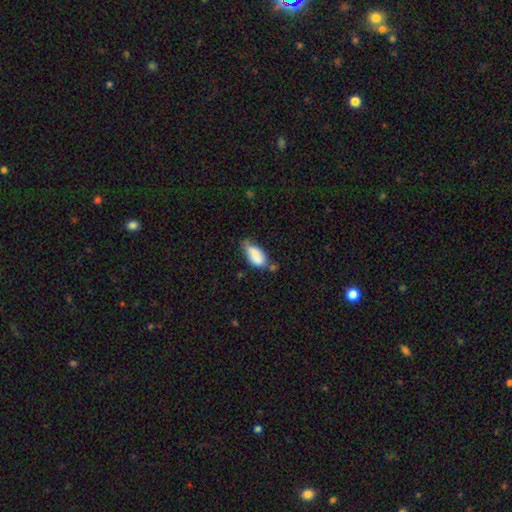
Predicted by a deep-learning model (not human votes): Smooth or featured?
  - smooth: 82% *
  - featured or disk: 11%
  - star or artifact: 7%
How rounded?
  - in between: 89% *
  - cigar-shaped: 8%
  - round: 3%
Merging?
  - minor disturbance: 41% *
  - none: 37%
  - major disturbance: 12%
  - merger: 11%